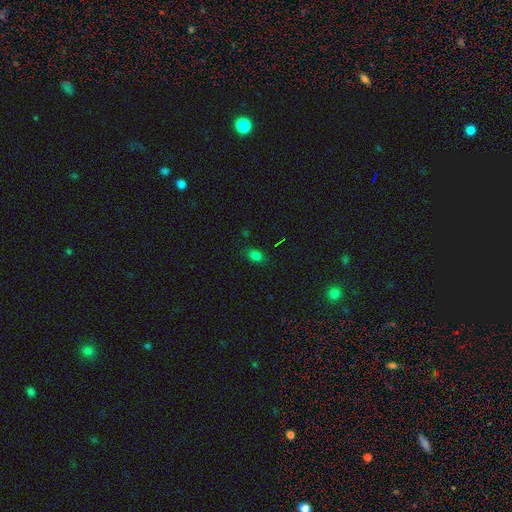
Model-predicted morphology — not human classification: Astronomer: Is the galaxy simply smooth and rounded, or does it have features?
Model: smooth — 75%.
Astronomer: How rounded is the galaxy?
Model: in between — 77%.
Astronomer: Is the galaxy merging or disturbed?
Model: none — 80%.